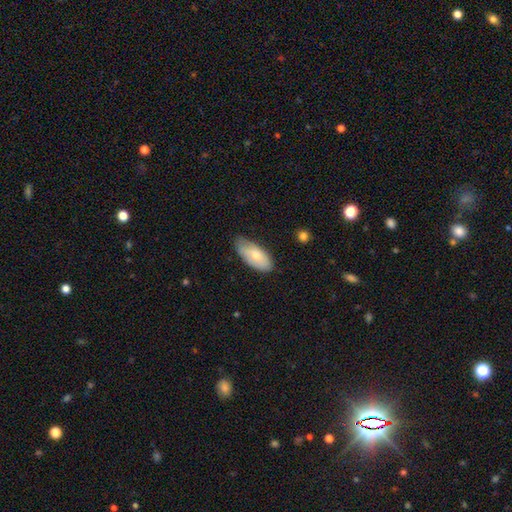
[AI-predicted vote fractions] Smooth or featured? smooth (71%)
How rounded? in between (91%)
Merging? none (67%)